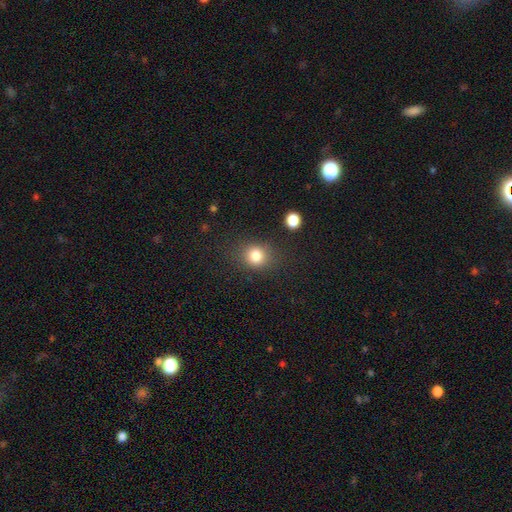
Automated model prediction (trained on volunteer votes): Morphology: type=smooth (82%); roundness=round (74%); merging=none (79%).